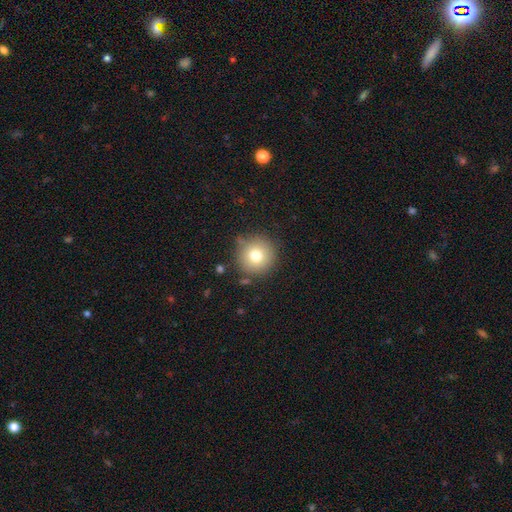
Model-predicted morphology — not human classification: This is likely a smooth galaxy (76%). How rounded: clearly round (95%). Merging: clearly none (84%).